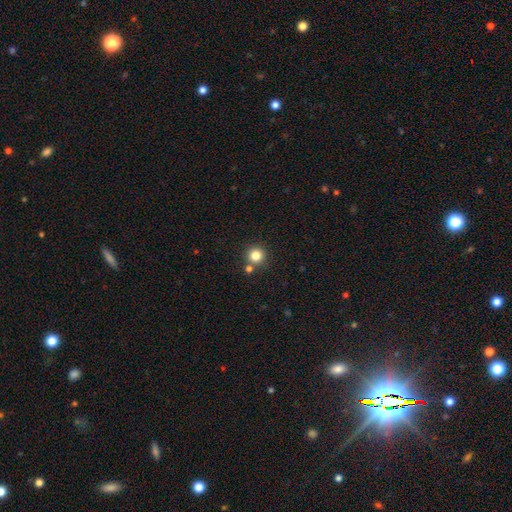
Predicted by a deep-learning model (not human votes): This is clearly a smooth galaxy (81%). How rounded: clearly round (94%). Merging: likely none (79%).